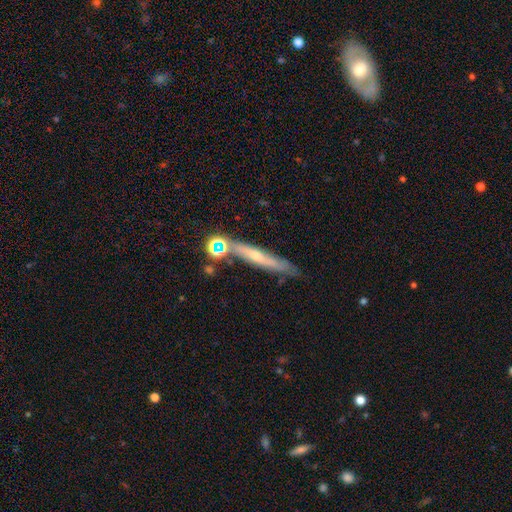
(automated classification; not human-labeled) Smooth or featured? Predicted: featured or disk (p=0.57). Edge-on disk? Predicted: yes (p=0.78). Merging? Predicted: none (p=0.63).